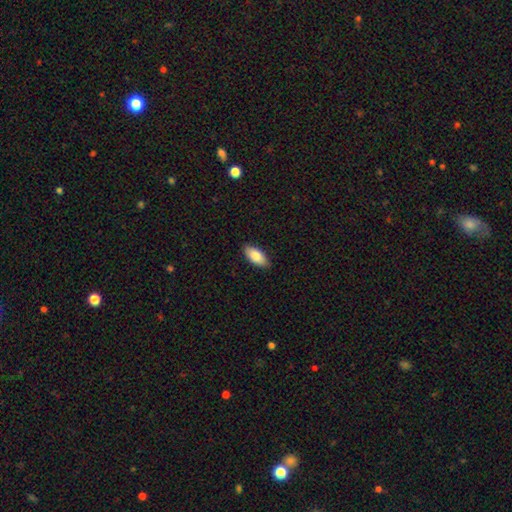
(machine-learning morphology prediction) Smooth or featured: smooth — 85% (featured or disk — 9%)
How rounded: in between — 91% (cigar-shaped — 7%)
Merging: none — 88% (minor disturbance — 10%)